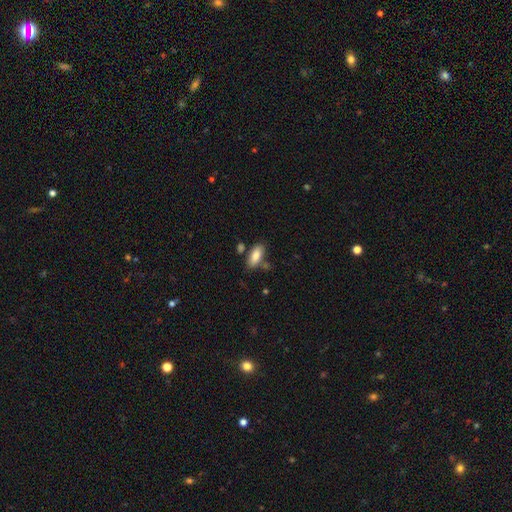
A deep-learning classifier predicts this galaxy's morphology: smooth 84%, featured or disk 9%, star or artifact 7%. Down the decision tree: how rounded — in between (85%); merging — none (72%).